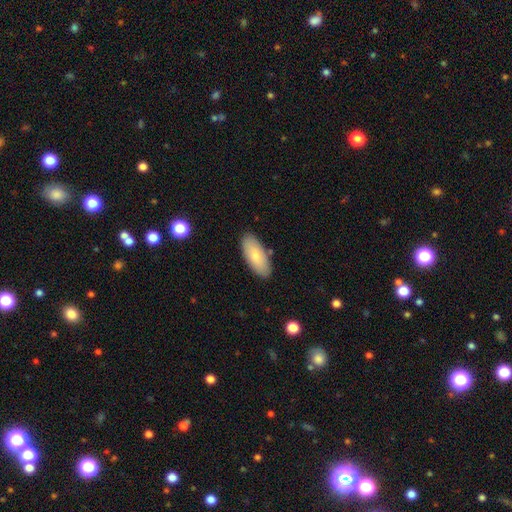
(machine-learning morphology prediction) smooth_or_featured: smooth (p=0.76) [alt: featured or disk p=0.18]
how_rounded: in between (p=0.85) [alt: cigar-shaped p=0.13]
merging: none (p=0.85) [alt: minor disturbance p=0.10]